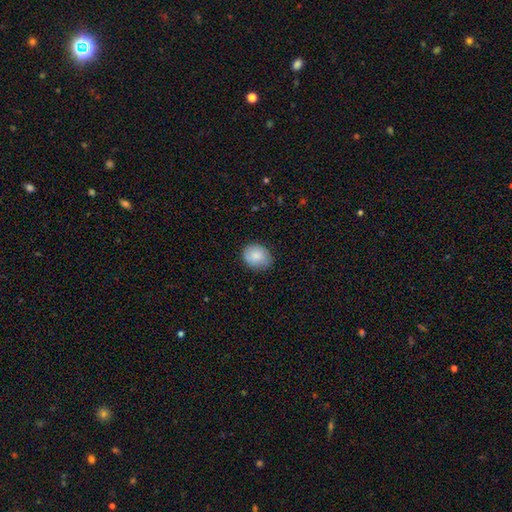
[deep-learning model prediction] Overall: smooth (85%). How rounded: round (54%; in between 46%). Merging: none (80%).